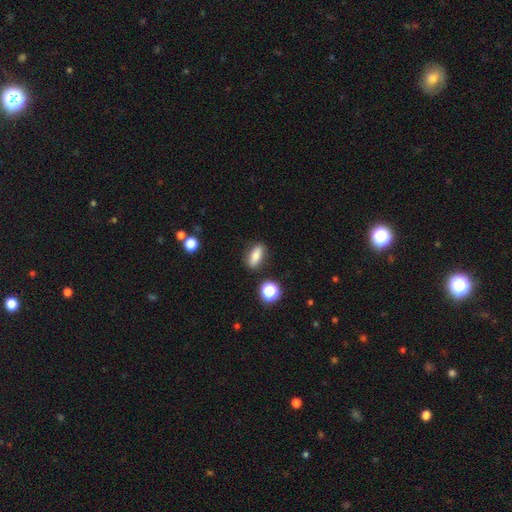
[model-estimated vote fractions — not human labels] Morphology: type=smooth (78%); roundness=in between (72%); merging=none (85%).